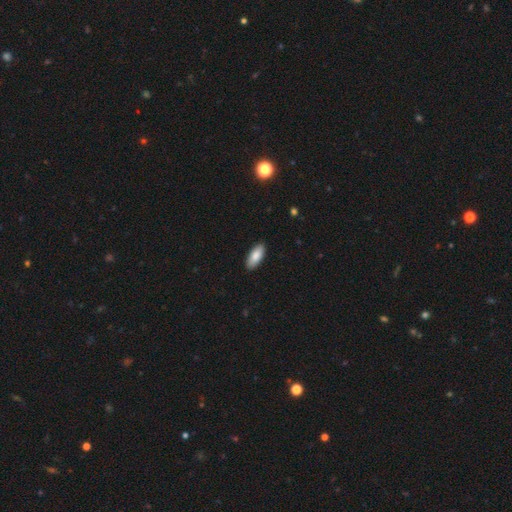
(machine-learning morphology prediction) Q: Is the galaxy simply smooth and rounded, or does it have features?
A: smooth — 86%.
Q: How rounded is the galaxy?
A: in between — 84%.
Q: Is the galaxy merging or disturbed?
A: none — 89%.